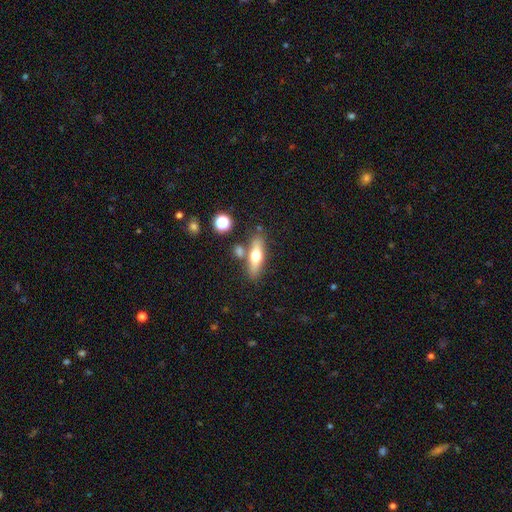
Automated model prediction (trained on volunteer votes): Morphology: type=smooth (55%); roundness=cigar-shaped (53%); merging=none (72%).